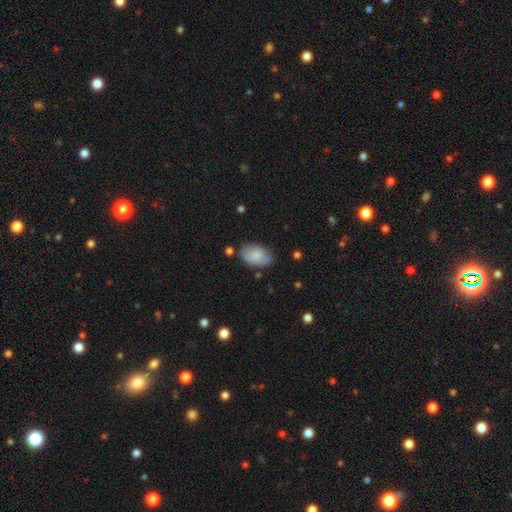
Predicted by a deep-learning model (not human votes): smooth_or_featured: smooth (p=0.82) [alt: featured or disk p=0.11]
how_rounded: in between (p=0.91) [alt: round p=0.08]
merging: none (p=0.72) [alt: minor disturbance p=0.20]